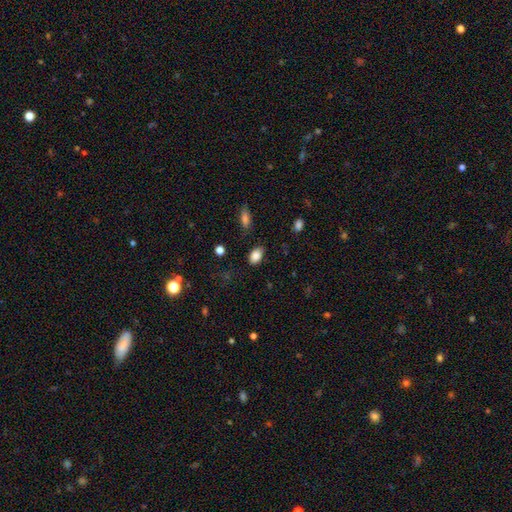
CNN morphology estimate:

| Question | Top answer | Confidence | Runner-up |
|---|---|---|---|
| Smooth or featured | smooth | 87% | star or artifact (9%) |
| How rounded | in between | 85% | round (13%) |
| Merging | none | 80% | minor disturbance (15%) |